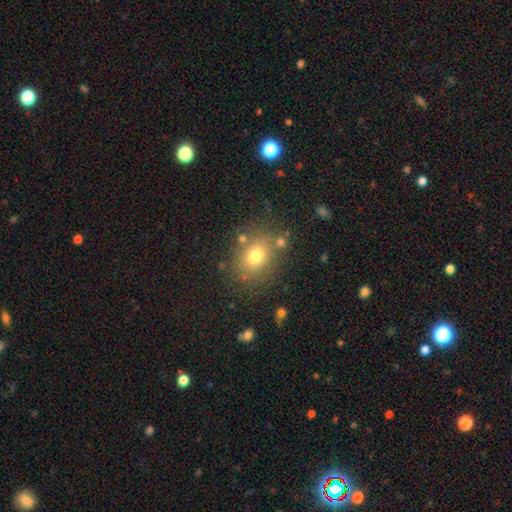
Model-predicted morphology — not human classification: Q: Smooth or featured?
A: smooth (73%); runner-up: star or artifact (15%)
Q: How rounded?
A: round (52%); runner-up: in between (47%)
Q: Merging?
A: none (76%); runner-up: minor disturbance (12%)